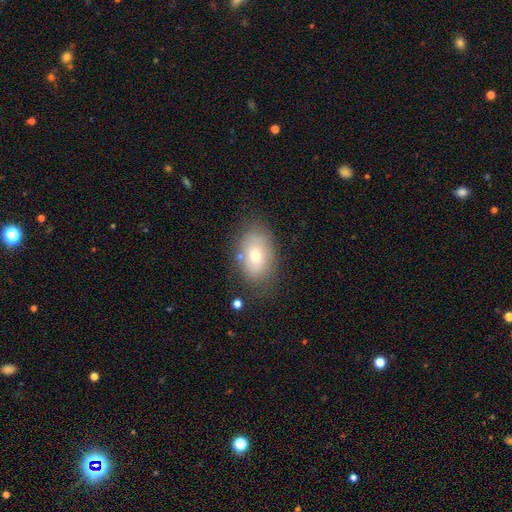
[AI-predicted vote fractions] smooth 66%, featured or disk 24%, star or artifact 10%. Down the decision tree: how rounded — in between (82%); merging — none (73%).